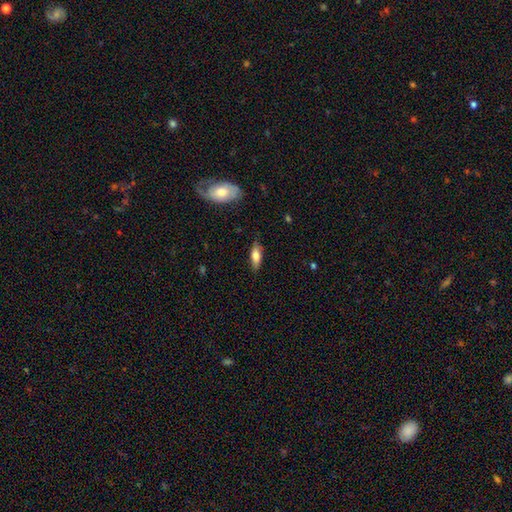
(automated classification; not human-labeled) Smooth or featured: smooth — 69% (featured or disk — 25%)
How rounded: in between — 66% (cigar-shaped — 31%)
Merging: none — 80% (minor disturbance — 16%)